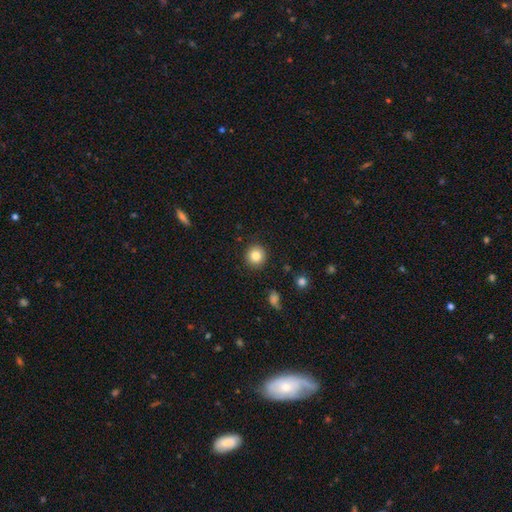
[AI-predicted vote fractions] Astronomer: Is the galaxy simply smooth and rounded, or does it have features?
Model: smooth — 84%.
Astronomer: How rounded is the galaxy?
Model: round — 92%.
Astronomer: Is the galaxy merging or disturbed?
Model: none — 91%.